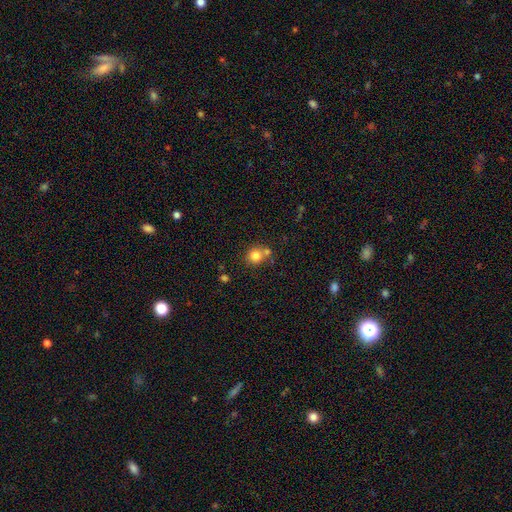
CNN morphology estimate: type=smooth (80%); roundness=round (87%); merging=none (59%).